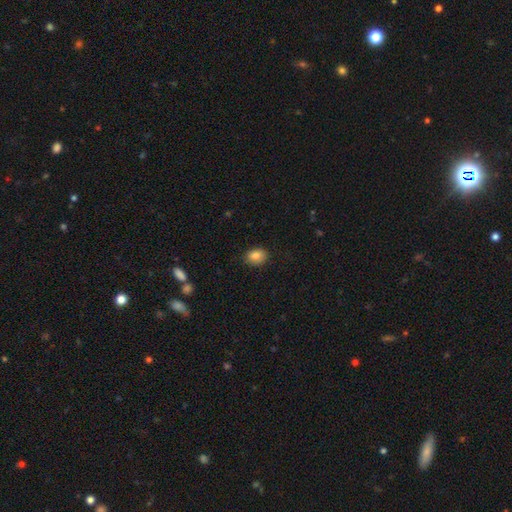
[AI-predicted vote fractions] A smooth galaxy with no disk features (85%) that is in between round and cigar-shaped (67%). Merging: none (85%).